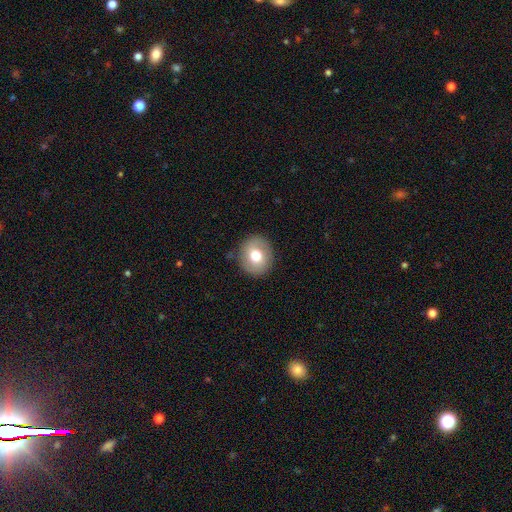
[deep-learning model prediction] smooth-or-featured: smooth: 71% | featured or disk: 20% | star or artifact: 8%
  how-rounded: round: 79% | in between: 20% | cigar-shaped: 1%
  merging: none: 88% | minor disturbance: 8% | major disturbance: 3% | merger: 1%